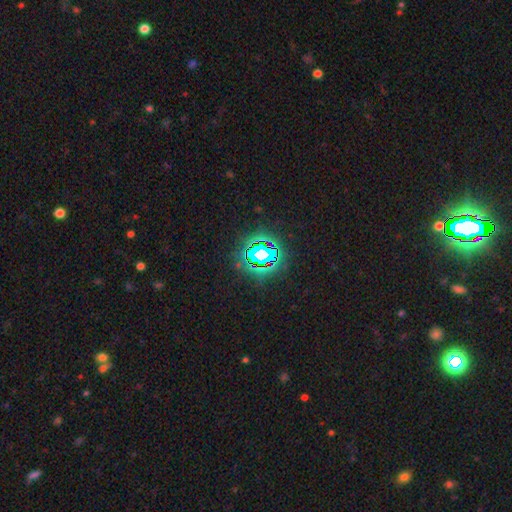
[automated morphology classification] Overall: star or artifact (84%).